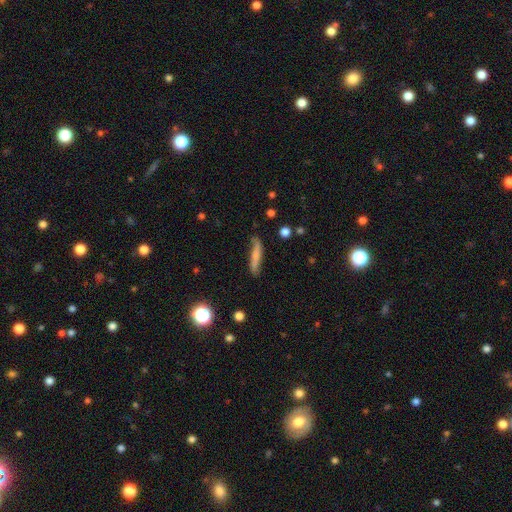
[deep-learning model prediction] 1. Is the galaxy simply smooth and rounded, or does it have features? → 65% smooth, 28% featured or disk, 7% star or artifact.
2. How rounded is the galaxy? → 88% cigar-shaped, 10% in between, 2% round.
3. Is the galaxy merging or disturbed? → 67% none, 24% minor disturbance, 6% major disturbance, 3% merger.